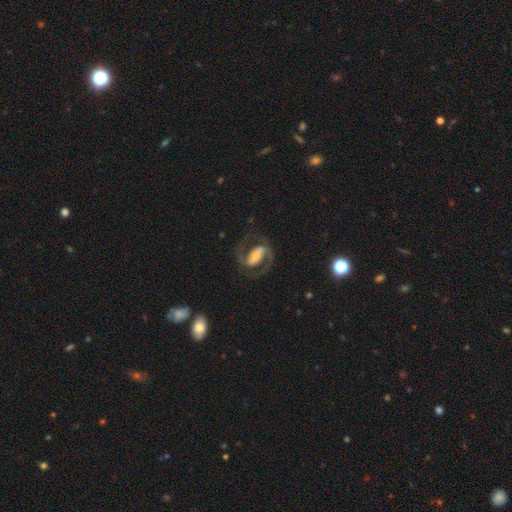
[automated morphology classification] smooth-or-featured: featured or disk: 84% | smooth: 10% | star or artifact: 5%
  disk-edge-on: no: 96% | yes: 4%
    bar: strong: 58% | weak: 28% | no: 14%
    has-spiral-arms: yes: 93% | no: 7%
      spiral-winding: medium: 58% | tight: 21% | loose: 21%
      spiral-arm-count: 2: 92% | can't tell: 3% | 1: 3% | 3: 1% | 4: 1% | more than 4: 1%
    bulge-size: moderate: 47% | small: 34% | large: 14% | none: 4% | dominant: 2%
  merging: none: 75% | minor disturbance: 12% | major disturbance: 11% | merger: 1%